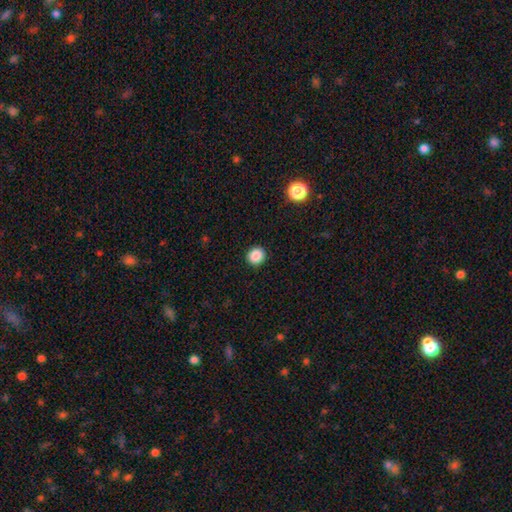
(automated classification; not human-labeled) Smooth or featured? Predicted: smooth (p=0.87). How rounded? Predicted: round (p=0.91). Merging? Predicted: none (p=0.93).